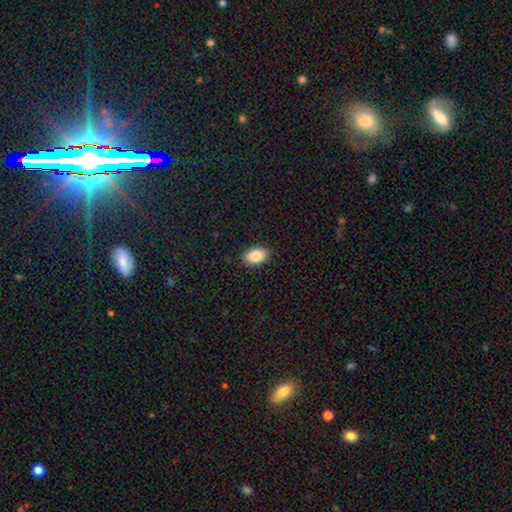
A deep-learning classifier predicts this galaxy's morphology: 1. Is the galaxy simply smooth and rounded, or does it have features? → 88% smooth, 8% star or artifact, 4% featured or disk.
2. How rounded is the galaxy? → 84% in between, 15% round, 1% cigar-shaped.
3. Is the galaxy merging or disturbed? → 88% none, 9% minor disturbance, 2% major disturbance, 1% merger.